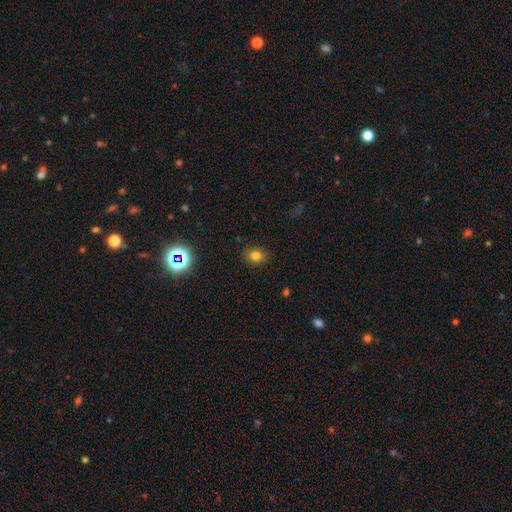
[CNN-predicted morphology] Smooth or featured: smooth — 78% (star or artifact — 15%)
How rounded: round — 50% (in between — 49%)
Merging: none — 87% (minor disturbance — 9%)